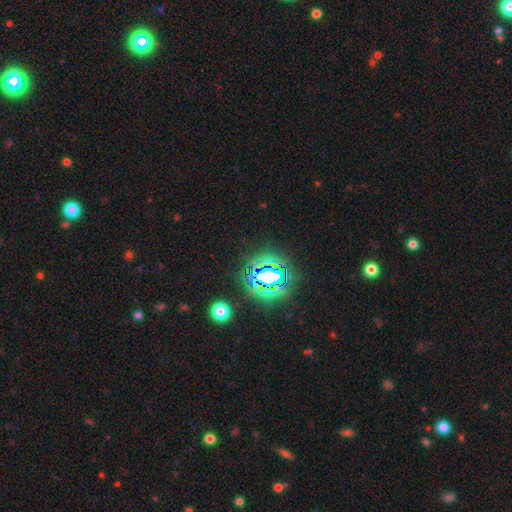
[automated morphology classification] Smooth or featured? Predicted: star or artifact (p=0.82).